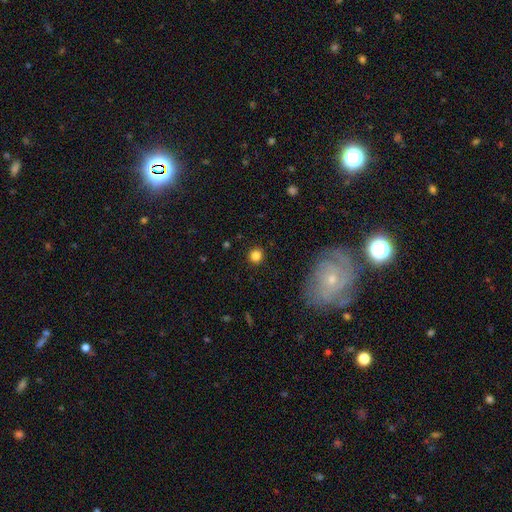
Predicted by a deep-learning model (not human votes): This is clearly a smooth galaxy (82%). How rounded: clearly round (94%). Merging: clearly none (92%).